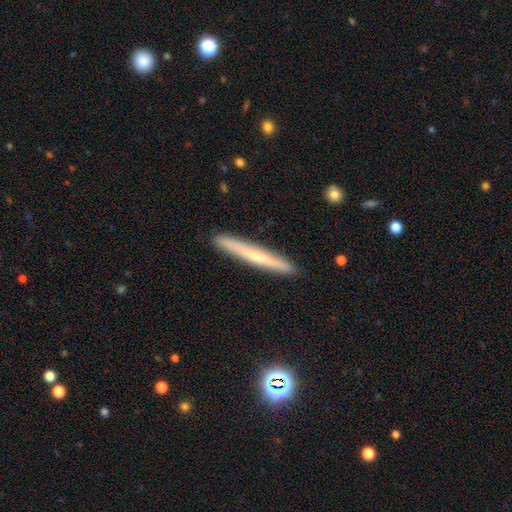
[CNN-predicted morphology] Smooth or featured? smooth (48%)
Merging? none (91%)